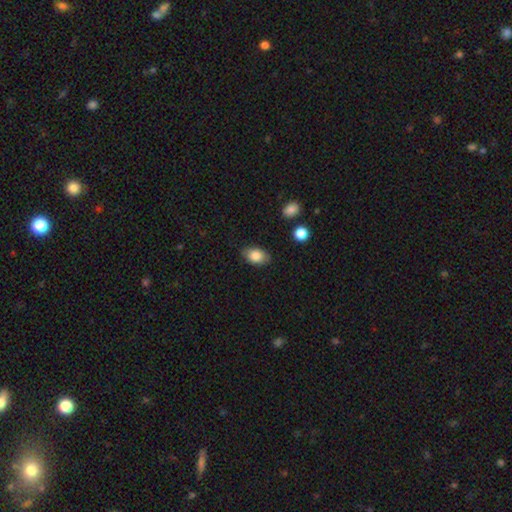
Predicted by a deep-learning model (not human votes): A smooth galaxy with no disk features (84%) that is in between round and cigar-shaped (87%).

Vote fractions:
- Smooth or featured? smooth: 84% / featured or disk: 9% / star or artifact: 7%
- How rounded? in between: 87% / round: 12% / cigar-shaped: 1%
- Merging? none: 82% / minor disturbance: 14% / major disturbance: 3% / merger: 1%